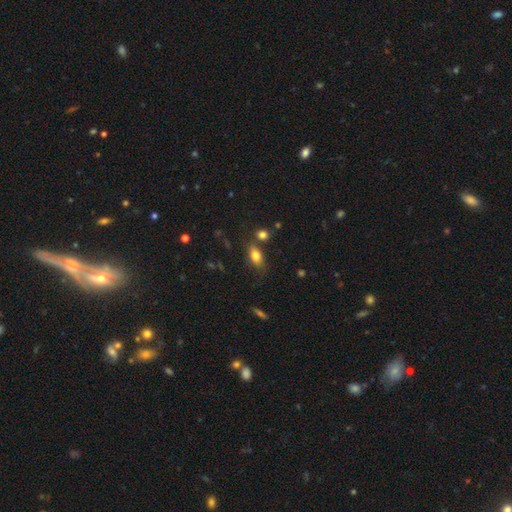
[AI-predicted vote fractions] This appears to be a smooth galaxy with no disk features (78%) that is in between round and cigar-shaped (83%). Merging: none (68%).